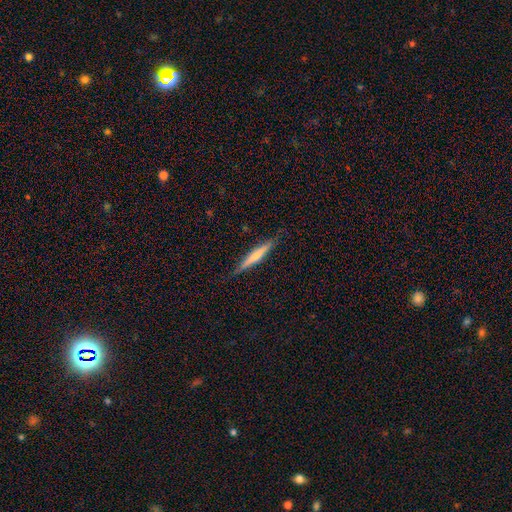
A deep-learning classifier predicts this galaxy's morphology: The model was most divided on "smooth or featured": smooth: 54%, featured or disk: 40%, star or artifact: 6%. More confident: how rounded — cigar-shaped (95%); merging — none (86%).